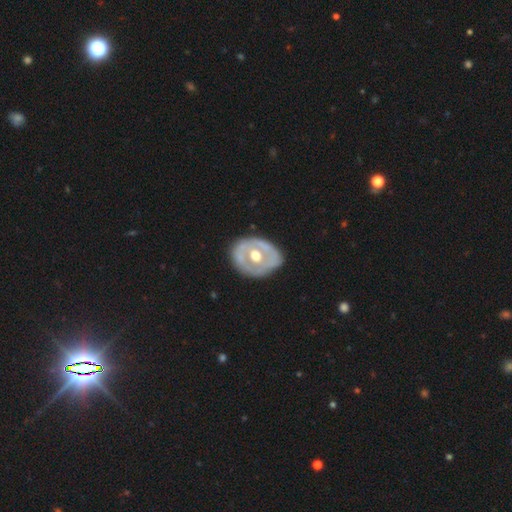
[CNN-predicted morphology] type=featured or disk (66%); edge-on=no (95%); bar=no (79%); spiral arms=no (79%); bulge=moderate (78%); merging=none (72%).